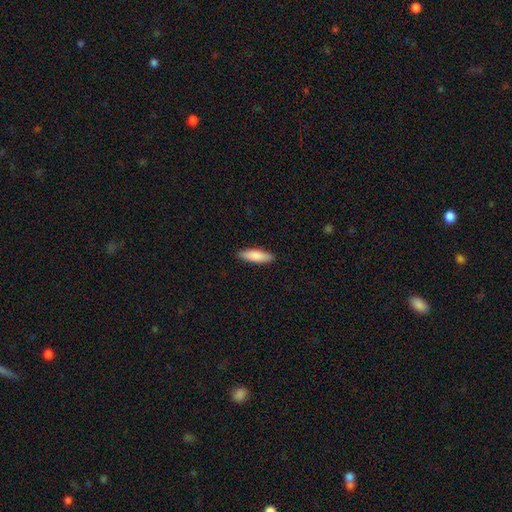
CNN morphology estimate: Smooth or featured? Predicted: smooth (p=0.86). How rounded? Predicted: cigar-shaped (p=0.54). Merging? Predicted: none (p=0.89).